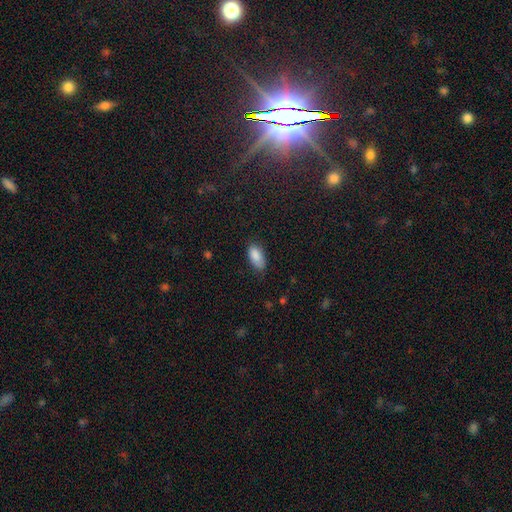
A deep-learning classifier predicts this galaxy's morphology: This is clearly a smooth galaxy (87%). How rounded: clearly in between (91%). Merging: likely none (70%).